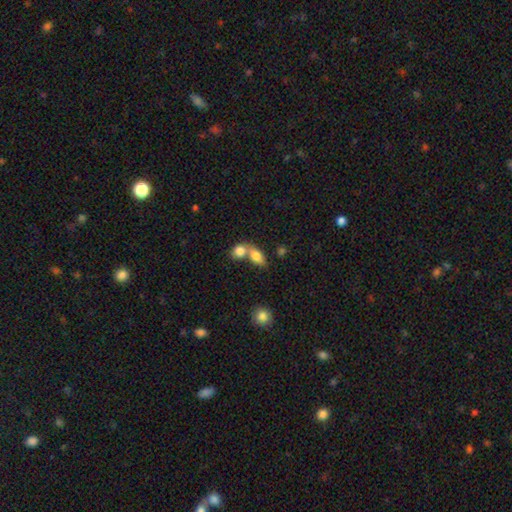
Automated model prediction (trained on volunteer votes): Smooth or featured?
  - smooth: 81% *
  - featured or disk: 11%
  - star or artifact: 8%
How rounded?
  - in between: 81% *
  - round: 15%
  - cigar-shaped: 5%
Merging?
  - merger: 63% *
  - none: 26%
  - minor disturbance: 7%
  - major disturbance: 4%